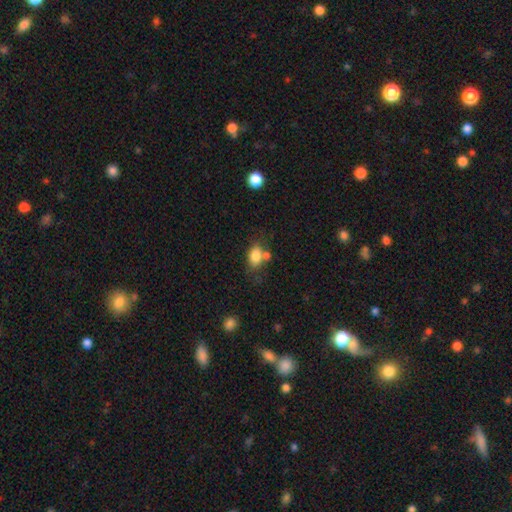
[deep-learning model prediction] A smooth galaxy with no disk features (81%) that is in between round and cigar-shaped (79%).

Vote fractions:
- Smooth or featured? smooth: 81% / featured or disk: 10% / star or artifact: 10%
- How rounded? in between: 79% / round: 19% / cigar-shaped: 2%
- Merging? none: 51% / merger: 27% / minor disturbance: 16% / major disturbance: 6%